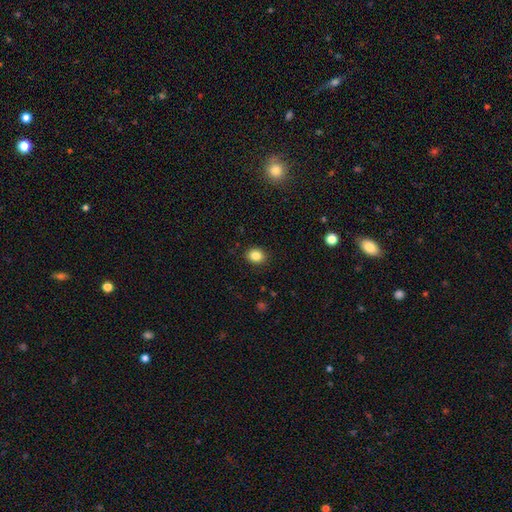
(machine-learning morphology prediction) Smooth or featured: smooth — 85% (star or artifact — 10%)
How rounded: round — 60% (in between — 39%)
Merging: none — 90% (minor disturbance — 7%)